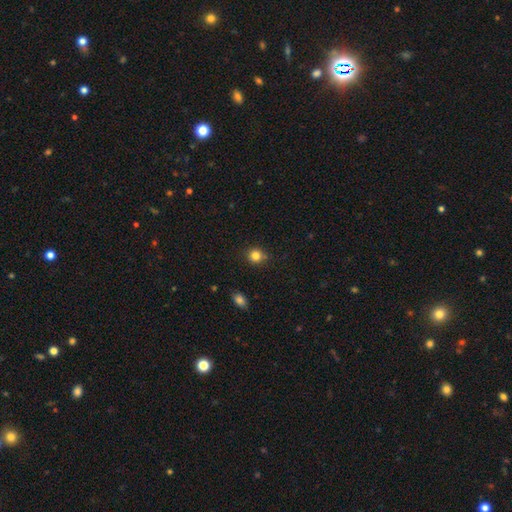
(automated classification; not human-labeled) A smooth galaxy with no disk features (83%) that is round (86%). Merging: none (80%).